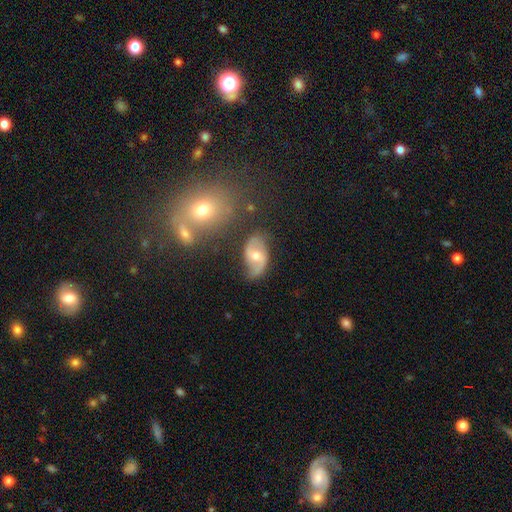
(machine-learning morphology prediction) featured or disk 72%, smooth 20%, star or artifact 7%. Down the decision tree: edge-on disk — no (96%); bar — weak (45%); spiral arms — yes (88%); spiral arm count — 2 (88%); spiral winding — loose (54%); bulge size — moderate (66%); merging — none (69%).